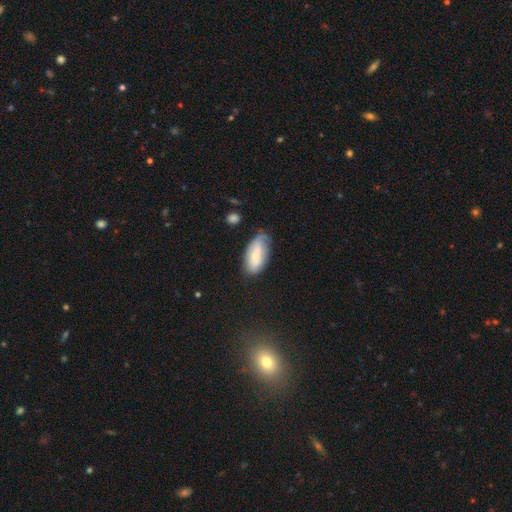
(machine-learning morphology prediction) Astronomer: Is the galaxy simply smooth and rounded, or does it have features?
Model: smooth — 57% (runner-up: featured or disk, 36%).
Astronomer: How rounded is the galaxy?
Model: in between — 90%.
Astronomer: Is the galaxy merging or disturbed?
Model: none — 55% (runner-up: minor disturbance, 31%).